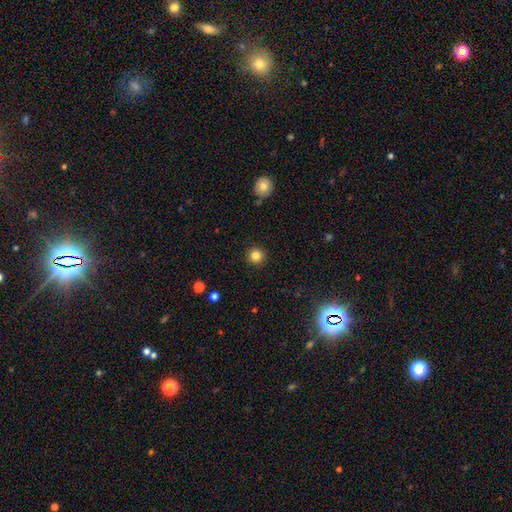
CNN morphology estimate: Smooth or featured: smooth — 83% (star or artifact — 12%)
How rounded: round — 94% (in between — 5%)
Merging: none — 92% (minor disturbance — 5%)